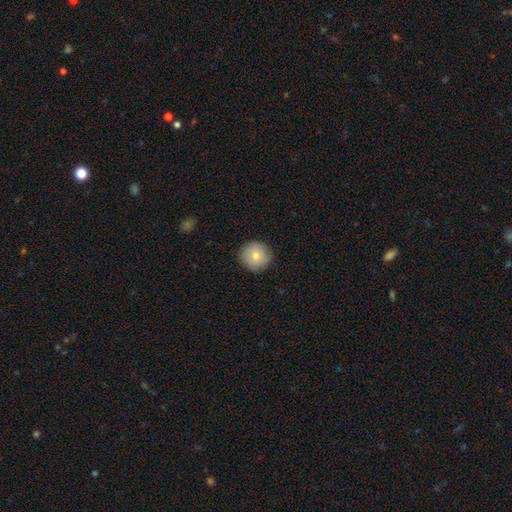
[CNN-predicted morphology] type=smooth (77%); roundness=round (95%); merging=none (88%).